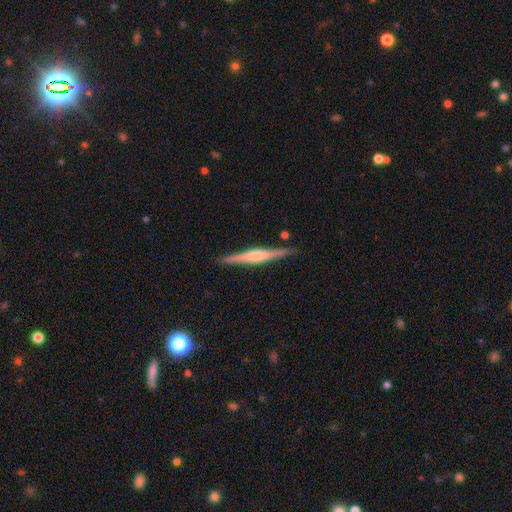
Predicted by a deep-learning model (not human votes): This appears to be a featured or disk galaxy (66%) viewed edge-on (98%) with a rounded central bulge (60%). Merging: none (88%).